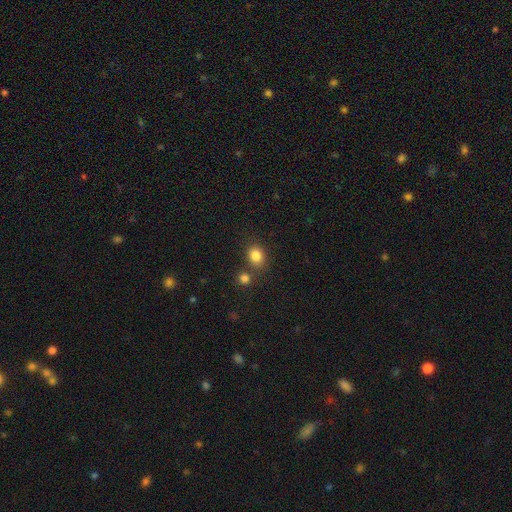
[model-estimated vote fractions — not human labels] Smooth or featured? smooth (83%)
How rounded? round (63%)
Merging? none (69%)